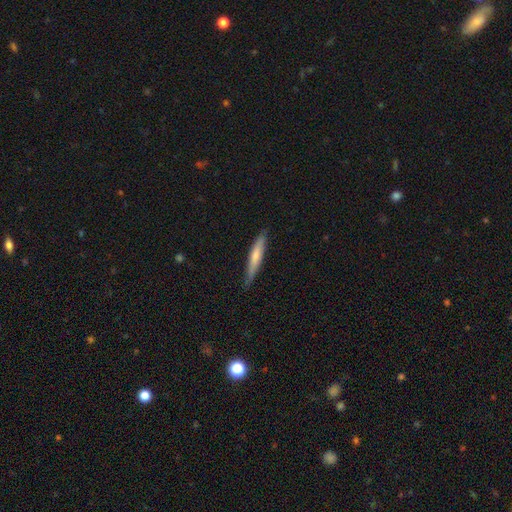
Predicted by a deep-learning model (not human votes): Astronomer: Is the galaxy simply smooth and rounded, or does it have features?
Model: smooth — 66%.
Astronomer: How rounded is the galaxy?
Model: cigar-shaped — 90%.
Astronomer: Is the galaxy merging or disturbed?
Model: none — 79%.